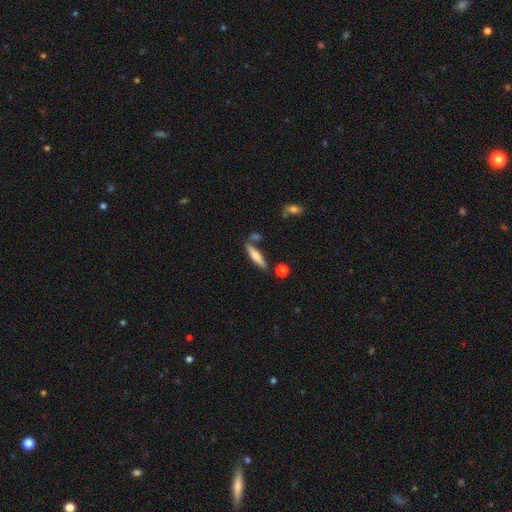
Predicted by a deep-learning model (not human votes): This is possibly a smooth galaxy (57%). How rounded: likely cigar-shaped (79%). Merging: likely none (76%).